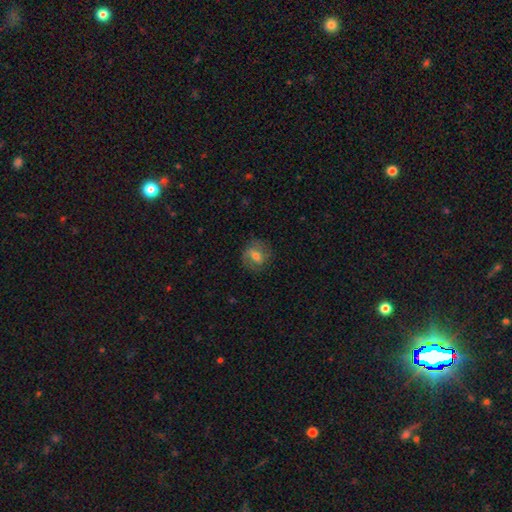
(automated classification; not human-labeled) Overall: featured or disk (48%; smooth 43%). Merging: none (75%).